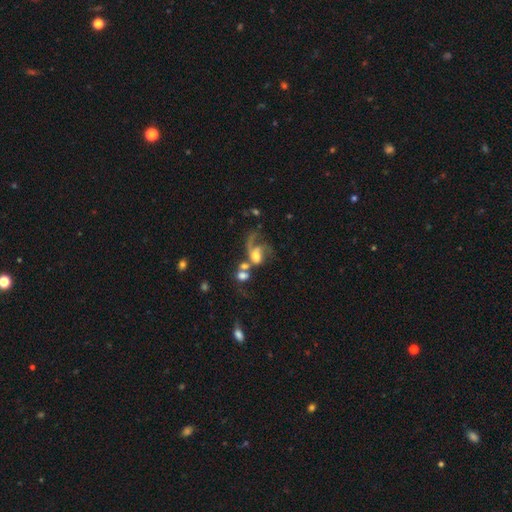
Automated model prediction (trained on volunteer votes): featured or disk 62%, smooth 27%, star or artifact 11%. Down the decision tree: edge-on disk — no (97%); bar — no (62%); spiral arms — yes (78%); bulge size — moderate (46%); merging — merger (39%).